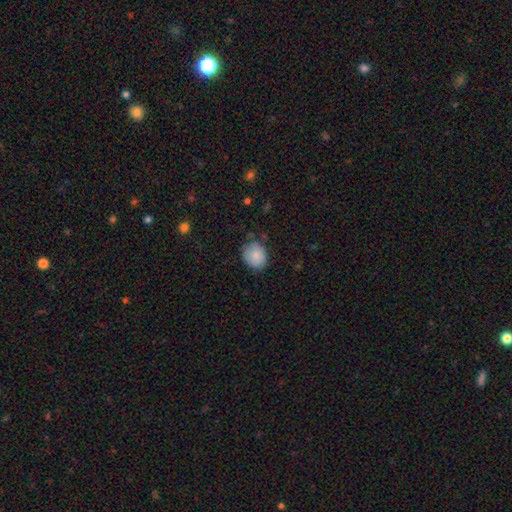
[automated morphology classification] This appears to be a smooth galaxy with no disk features (84%) that is round (63%). Merging: none (74%).